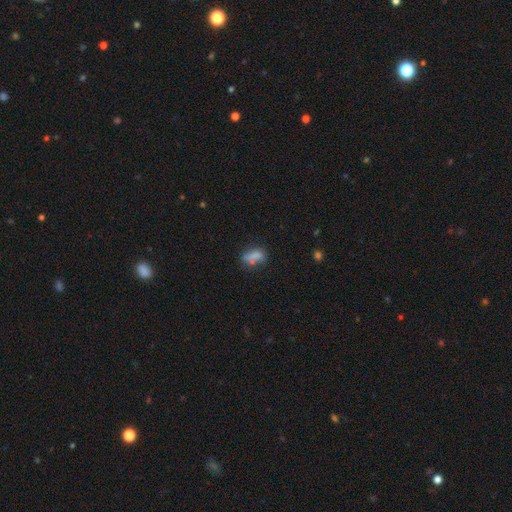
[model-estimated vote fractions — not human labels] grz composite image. It shows a smooth galaxy with no disk features (73%) that is in between round and cigar-shaped (73%). Merging: none (50%).